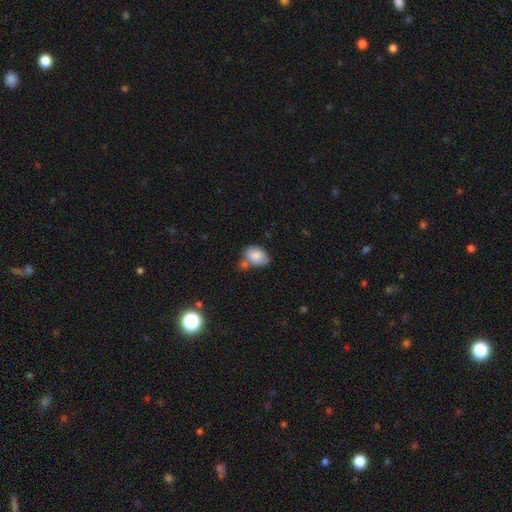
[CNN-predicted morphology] smooth-or-featured: smooth: 84% | featured or disk: 9% | star or artifact: 7%
  how-rounded: in between: 81% | round: 18% | cigar-shaped: 1%
  merging: none: 50% | minor disturbance: 23% | merger: 21% | major disturbance: 6%